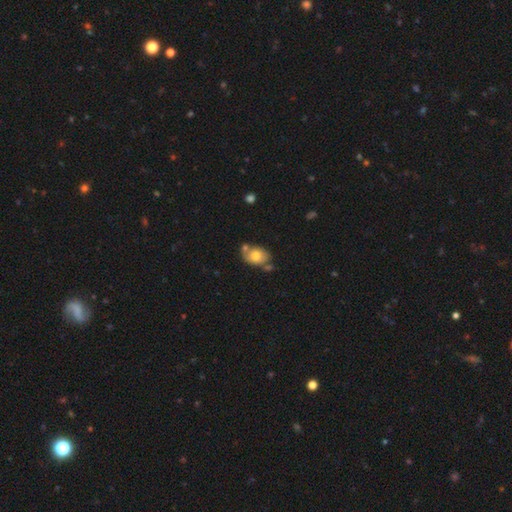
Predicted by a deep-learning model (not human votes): smooth 73%, featured or disk 20%, star or artifact 8%. Down the decision tree: how rounded — in between (77%); merging — none (57%).